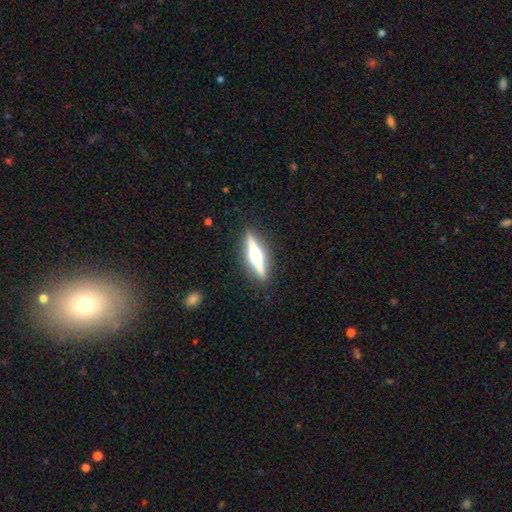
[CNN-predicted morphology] Smooth or featured: featured or disk — 76% (smooth — 19%)
Edge-on disk: yes — 97% (no — 3%)
Edge-on bulge: rounded — 88% (boxy — 8%)
Merging: none — 90% (minor disturbance — 7%)